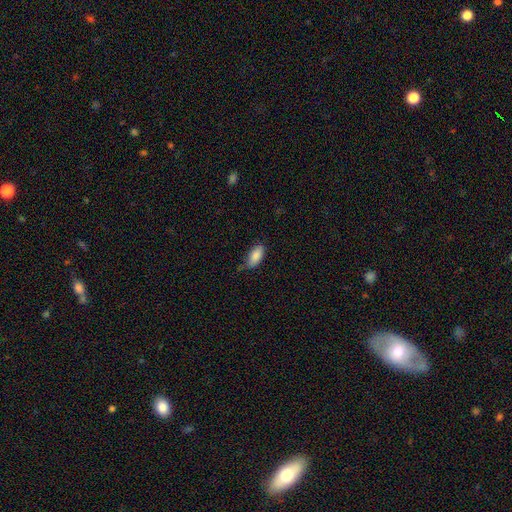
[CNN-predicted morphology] This is clearly a smooth galaxy (86%). How rounded: clearly in between (91%). Merging: possibly none (54%).